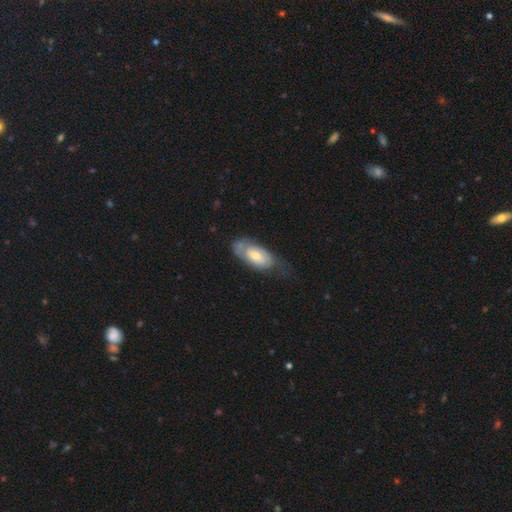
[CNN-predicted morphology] A smooth galaxy with no disk features (52%) that is in between round and cigar-shaped (89%). Merging: none (42%).